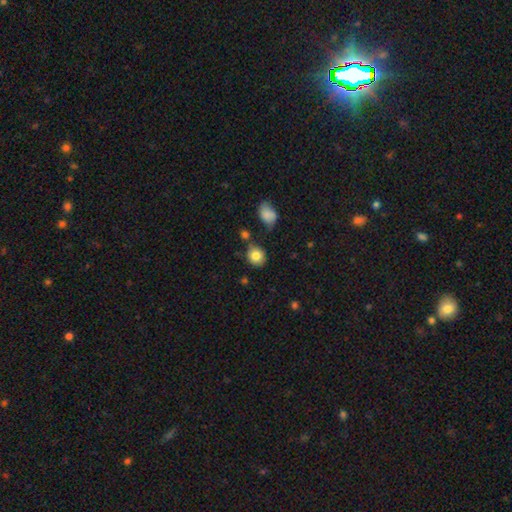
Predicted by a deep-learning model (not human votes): smooth-or-featured: smooth: 83% | star or artifact: 9% | featured or disk: 8%
  how-rounded: round: 74% | in between: 25% | cigar-shaped: 1%
  merging: none: 74% | minor disturbance: 16% | merger: 7% | major disturbance: 4%